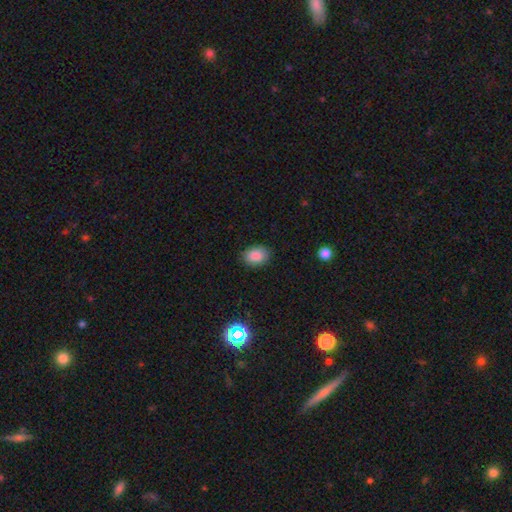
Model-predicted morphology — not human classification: Smooth or featured? smooth (86%)
How rounded? in between (74%)
Merging? none (87%)